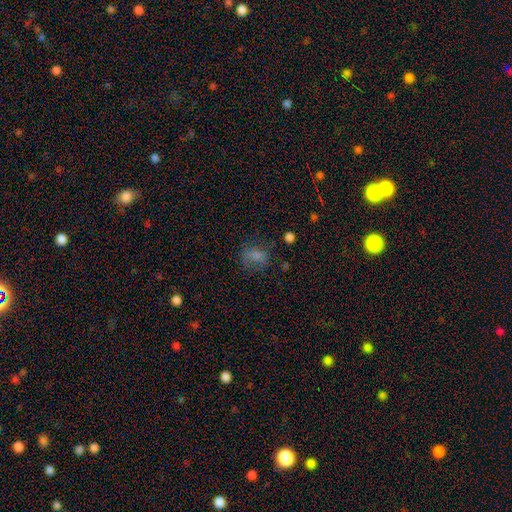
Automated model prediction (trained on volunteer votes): Overall: smooth (72%). How rounded: in between (57%; round 41%). Merging: none (58%; minor disturbance 23%).